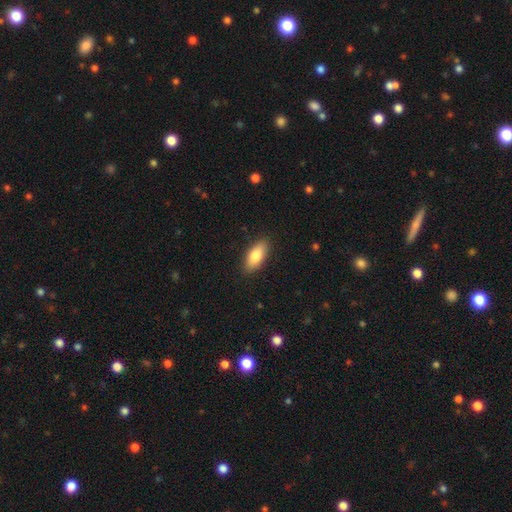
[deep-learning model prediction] smooth_or_featured: smooth (p=0.82) [alt: featured or disk p=0.12]
how_rounded: in between (p=0.83) [alt: cigar-shaped p=0.14]
merging: none (p=0.87) [alt: minor disturbance p=0.10]